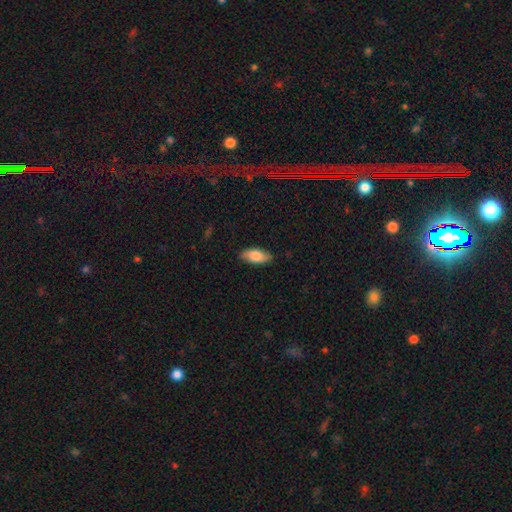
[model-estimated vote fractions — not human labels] Overall: smooth (81%). How rounded: in between (89%). Merging: none (86%).